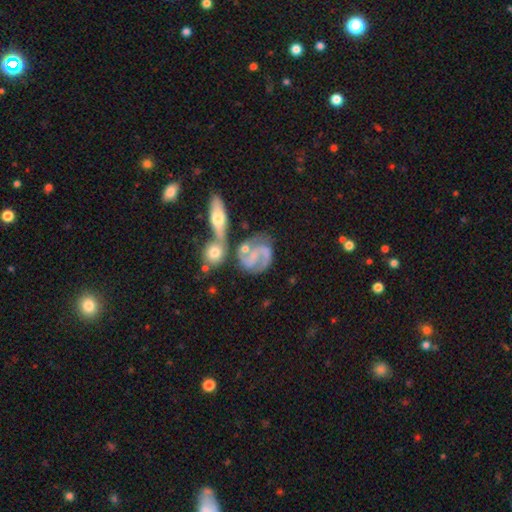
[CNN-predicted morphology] This appears to be a featured or disk galaxy (80%) with no bar (43%), 2 (80%) medium (50%) spiral arms (92%) and a small central bulge (48%). Merging: none (49%).